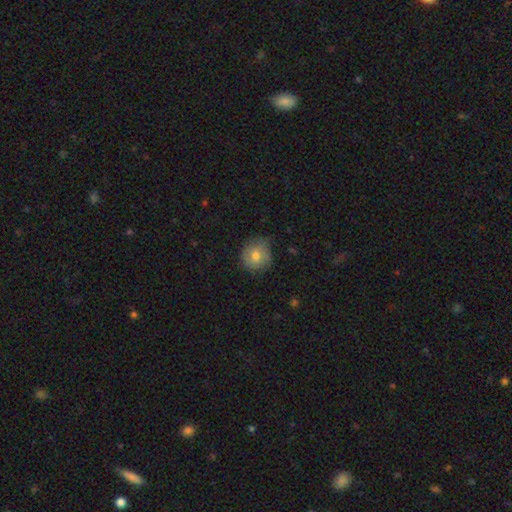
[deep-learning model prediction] A smooth galaxy with no disk features (76%) that is round (87%). Merging: none (69%).